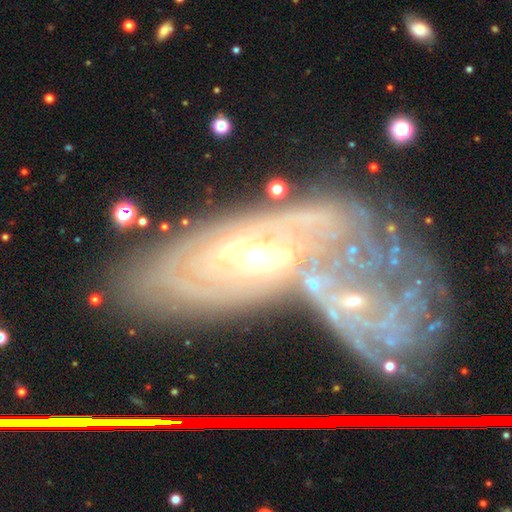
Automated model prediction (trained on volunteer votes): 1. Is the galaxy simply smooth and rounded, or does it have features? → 80% featured or disk, 13% smooth, 7% star or artifact.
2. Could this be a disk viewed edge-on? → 86% no, 14% yes.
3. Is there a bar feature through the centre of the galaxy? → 63% no, 23% weak, 14% strong.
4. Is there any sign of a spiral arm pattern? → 71% yes, 29% no.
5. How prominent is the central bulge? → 66% moderate, 19% small, 11% large, 2% dominant, 2% none.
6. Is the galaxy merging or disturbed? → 39% none, 29% merger, 17% minor disturbance, 14% major disturbance.